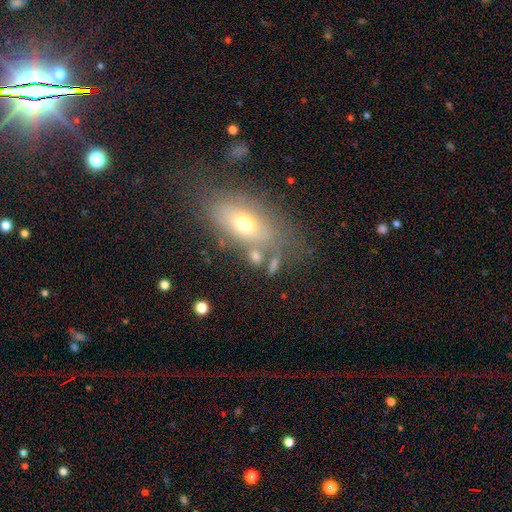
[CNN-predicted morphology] smooth 59%, featured or disk 28%, star or artifact 13%. Down the decision tree: how rounded — in between (71%); merging — none (58%).